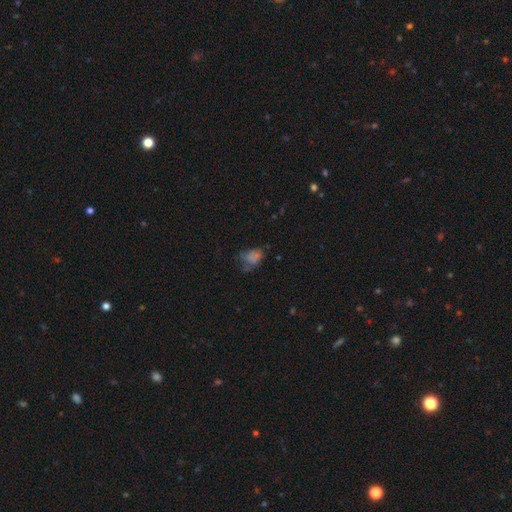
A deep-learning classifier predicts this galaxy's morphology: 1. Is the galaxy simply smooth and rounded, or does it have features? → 50% smooth, 26% star or artifact, 24% featured or disk.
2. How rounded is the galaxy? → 75% in between, 22% round, 3% cigar-shaped.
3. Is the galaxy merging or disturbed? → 38% none, 32% major disturbance, 25% minor disturbance, 5% merger.